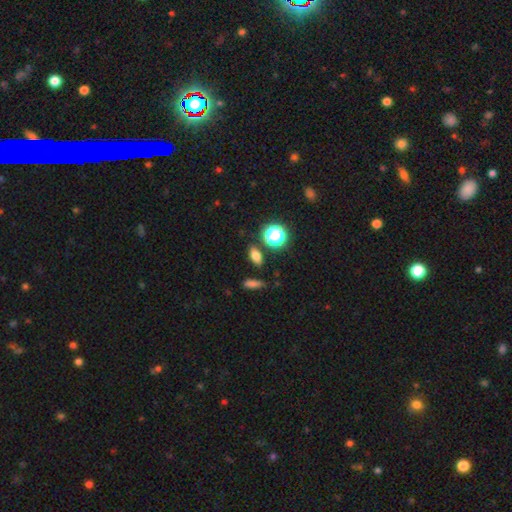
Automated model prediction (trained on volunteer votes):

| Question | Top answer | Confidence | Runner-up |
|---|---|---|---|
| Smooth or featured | smooth | 72% | star or artifact (17%) |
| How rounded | in between | 67% | round (21%) |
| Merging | none | 84% | minor disturbance (9%) |